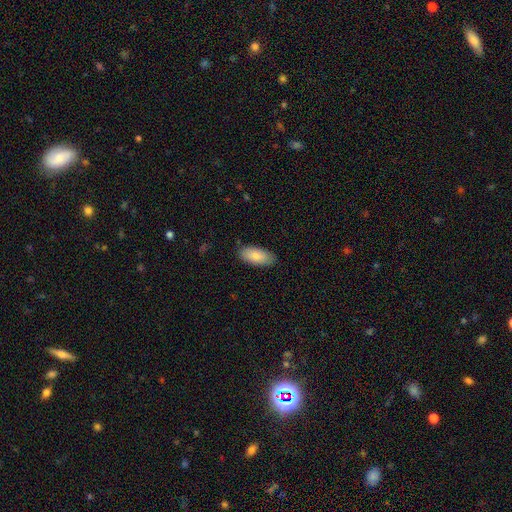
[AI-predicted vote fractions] smooth-or-featured: smooth: 87% | featured or disk: 7% | star or artifact: 6%
  how-rounded: in between: 88% | cigar-shaped: 11% | round: 2%
  merging: none: 85% | minor disturbance: 11% | major disturbance: 2% | merger: 1%